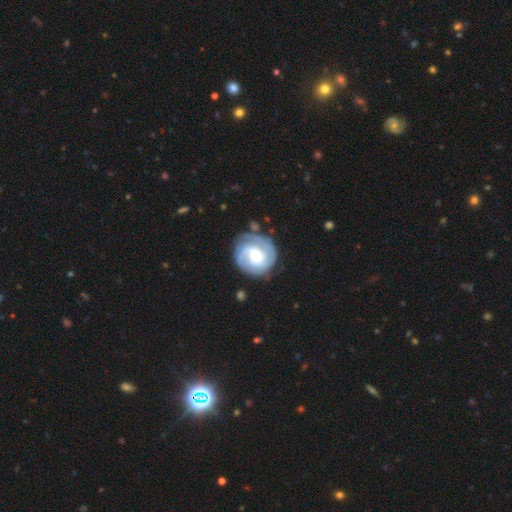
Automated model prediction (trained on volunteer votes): The model was most divided on "bar": no: 56%, weak: 36%, strong: 8%. Remaining: edge-on disk — no (98%); spiral arms — yes (95%); smooth or featured — featured or disk (81%); merging — none (76%); spiral winding — tight (61%); bulge size — moderate (60%); spiral arm count — 2 (45%).